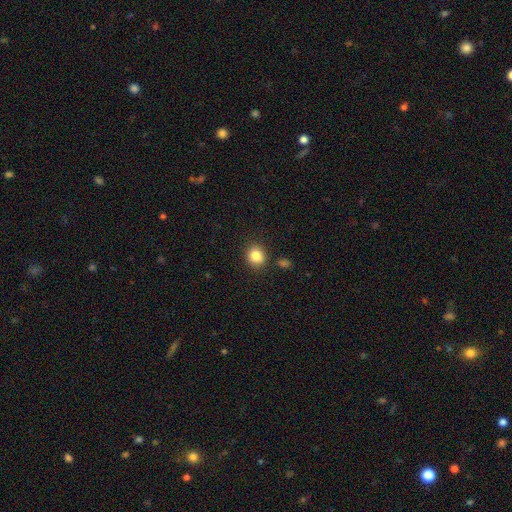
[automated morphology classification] Overall: smooth (84%). How rounded: round (79%). Merging: none (87%).